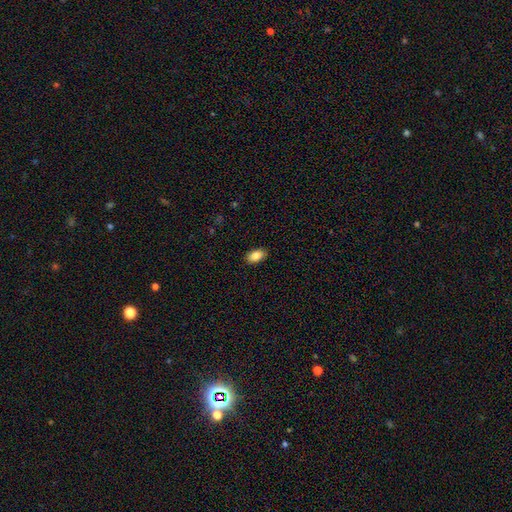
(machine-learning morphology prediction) smooth-or-featured: smooth: 85% | star or artifact: 8% | featured or disk: 7%
  how-rounded: in between: 92% | round: 6% | cigar-shaped: 2%
  merging: none: 89% | minor disturbance: 8% | major disturbance: 2% | merger: 1%